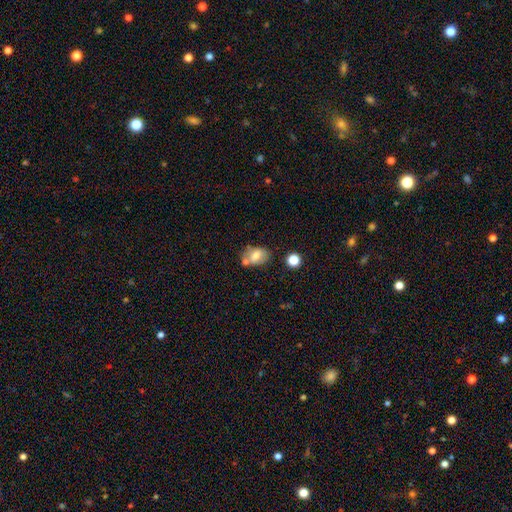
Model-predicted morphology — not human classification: Smooth or featured?
  - smooth: 67% *
  - featured or disk: 24%
  - star or artifact: 9%
How rounded?
  - in between: 80% *
  - round: 19%
  - cigar-shaped: 1%
Merging?
  - none: 55% *
  - merger: 20%
  - minor disturbance: 19%
  - major disturbance: 6%